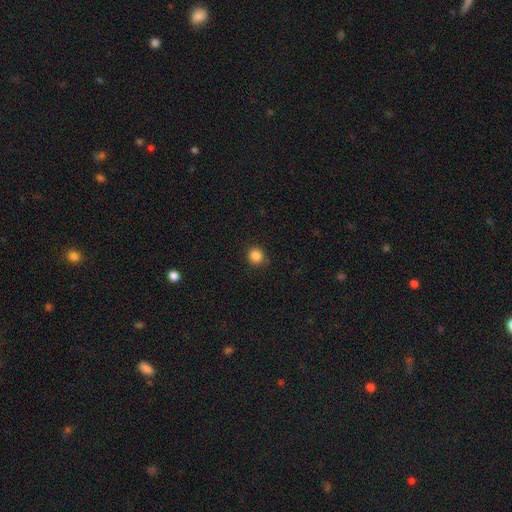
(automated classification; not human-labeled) smooth-or-featured: smooth: 85% | star or artifact: 11% | featured or disk: 3%
  how-rounded: round: 89% | in between: 10% | cigar-shaped: 1%
  merging: none: 87% | minor disturbance: 9% | major disturbance: 2% | merger: 1%